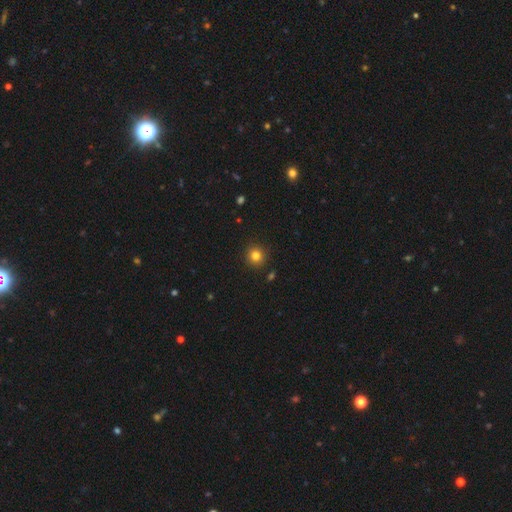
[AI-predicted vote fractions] smooth_or_featured: smooth (p=0.81) [alt: star or artifact p=0.13]
how_rounded: round (p=0.93) [alt: in between p=0.06]
merging: none (p=0.91) [alt: minor disturbance p=0.06]